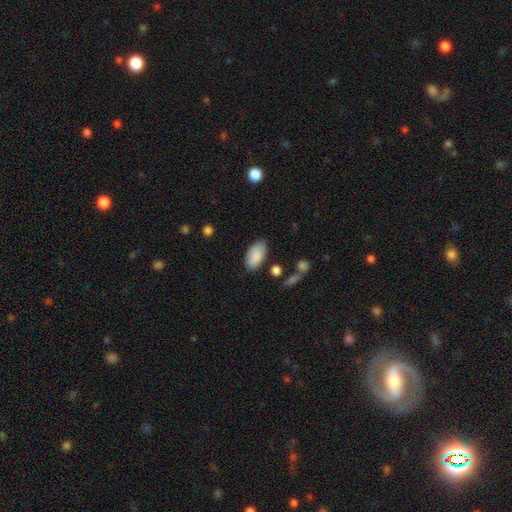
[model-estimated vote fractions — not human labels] Smooth or featured? smooth (88%)
How rounded? in between (95%)
Merging? none (80%)